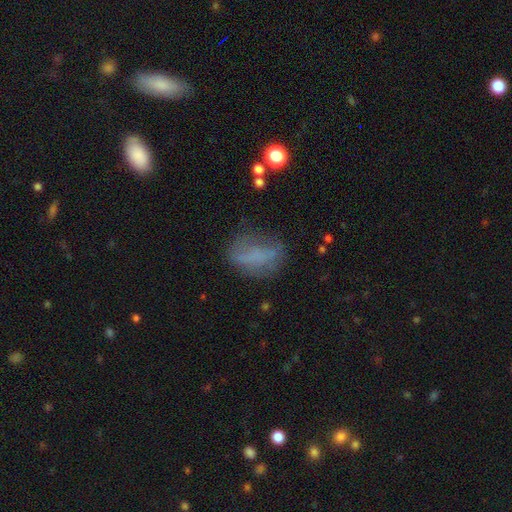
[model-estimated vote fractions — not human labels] smooth 58%, featured or disk 28%, star or artifact 15%. Down the decision tree: how rounded — in between (78%); merging — none (53%).